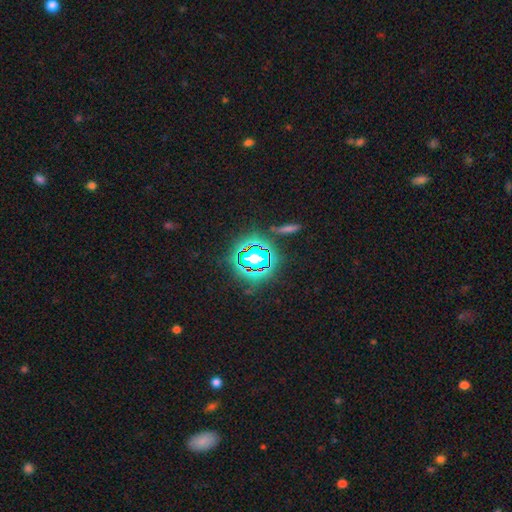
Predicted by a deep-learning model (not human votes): Smooth or featured?
  - star or artifact: 82% *
  - smooth: 11%
  - featured or disk: 7%